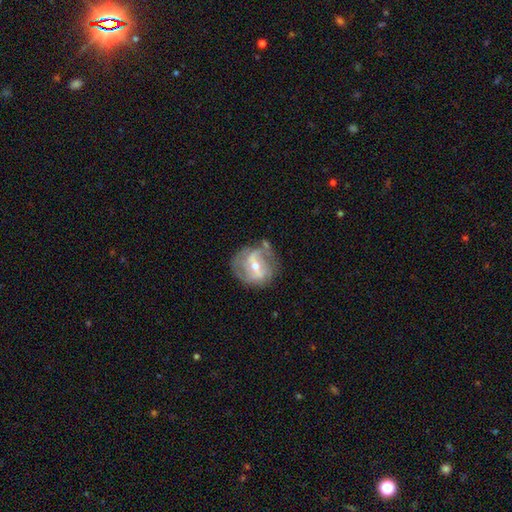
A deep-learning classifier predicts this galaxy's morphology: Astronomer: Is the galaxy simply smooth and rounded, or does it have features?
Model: featured or disk — 77%.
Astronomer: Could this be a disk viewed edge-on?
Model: no — 96%.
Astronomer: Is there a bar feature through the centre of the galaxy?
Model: weak — 44% (runner-up: strong, 35%).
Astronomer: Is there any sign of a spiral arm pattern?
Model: yes — 78%.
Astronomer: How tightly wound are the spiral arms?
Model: tight — 40% (runner-up: medium, 39%).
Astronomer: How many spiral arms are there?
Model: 2 — 56%.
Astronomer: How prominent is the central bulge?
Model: moderate — 56% (runner-up: small, 40%).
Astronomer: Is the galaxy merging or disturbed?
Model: none — 61%.